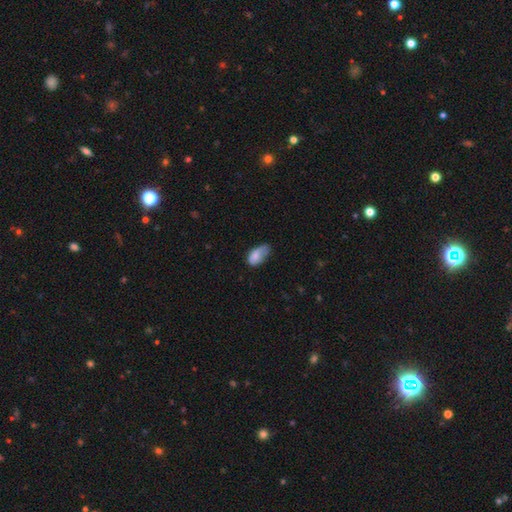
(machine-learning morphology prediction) Smooth or featured?
  - smooth: 78% *
  - featured or disk: 15%
  - star or artifact: 7%
How rounded?
  - in between: 93% *
  - round: 5%
  - cigar-shaped: 3%
Merging?
  - minor disturbance: 44% *
  - none: 34%
  - major disturbance: 19%
  - merger: 3%